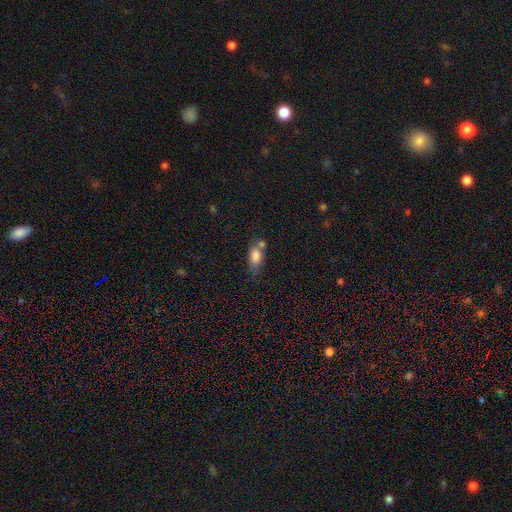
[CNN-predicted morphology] smooth_or_featured: smooth (p=0.79) [alt: featured or disk p=0.12]
how_rounded: in between (p=0.82) [alt: round p=0.10]
merging: none (p=0.43) [alt: merger p=0.30]